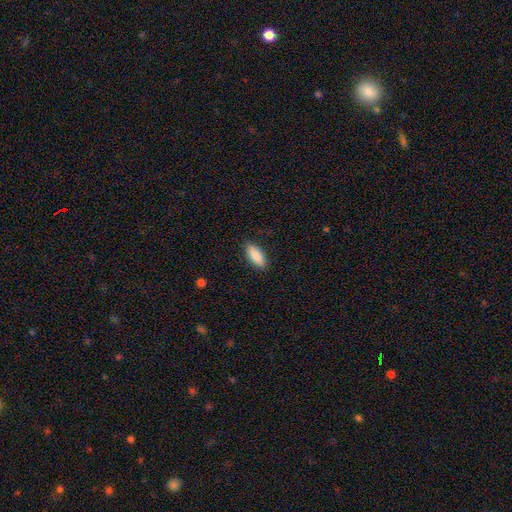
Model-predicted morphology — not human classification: Q: Smooth or featured?
A: smooth (87%); runner-up: featured or disk (7%)
Q: How rounded?
A: in between (77%); runner-up: cigar-shaped (21%)
Q: Merging?
A: none (89%); runner-up: minor disturbance (8%)